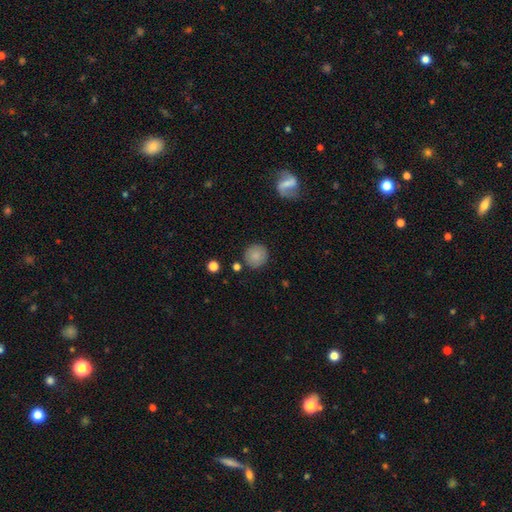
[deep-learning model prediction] Overall: smooth (85%). How rounded: round (93%). Merging: none (85%).